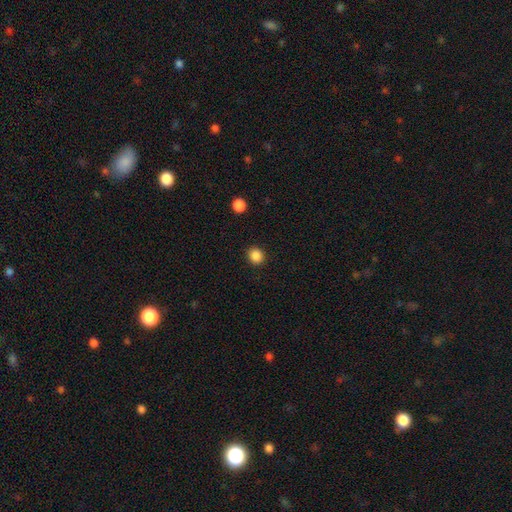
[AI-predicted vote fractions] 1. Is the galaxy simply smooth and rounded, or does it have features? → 87% smooth, 11% star or artifact, 3% featured or disk.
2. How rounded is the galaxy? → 82% round, 17% in between, 1% cigar-shaped.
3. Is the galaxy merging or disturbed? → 91% none, 6% minor disturbance, 2% major disturbance, 1% merger.